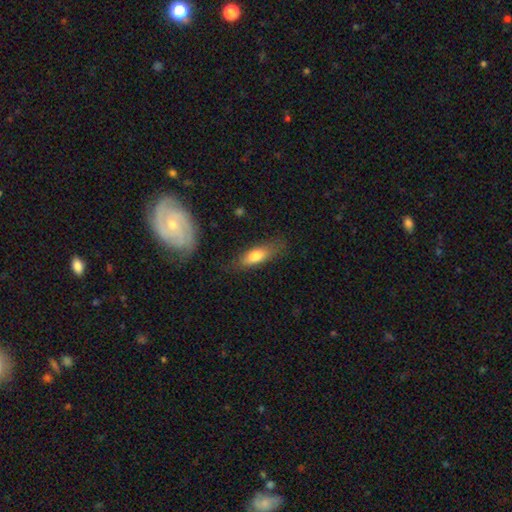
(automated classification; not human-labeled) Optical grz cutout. It shows a smooth galaxy with no disk features (71%) that is in between round and cigar-shaped (59%). Merging: none (73%).